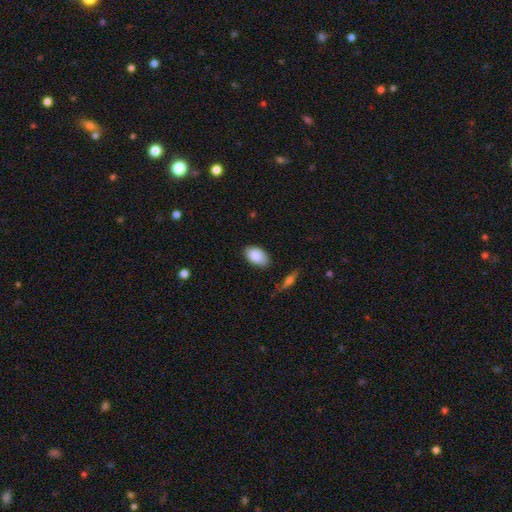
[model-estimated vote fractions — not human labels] Q: Smooth or featured?
A: smooth (88%); runner-up: star or artifact (7%)
Q: How rounded?
A: in between (93%); runner-up: round (6%)
Q: Merging?
A: none (78%); runner-up: minor disturbance (17%)